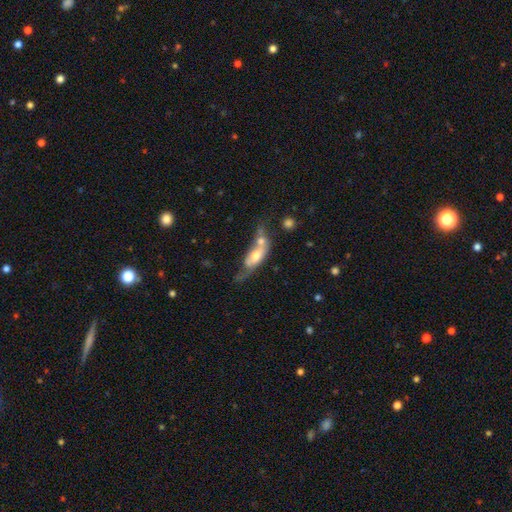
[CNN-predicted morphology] smooth_or_featured: smooth (p=0.48) [alt: featured or disk p=0.44]
merging: merger (p=0.51) [alt: none p=0.19]